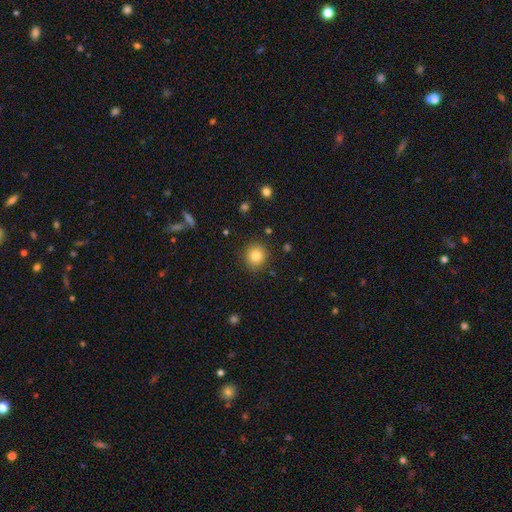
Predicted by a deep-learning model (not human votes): Smooth or featured: smooth — 82% (star or artifact — 11%)
How rounded: round — 90% (in between — 9%)
Merging: none — 88% (minor disturbance — 8%)